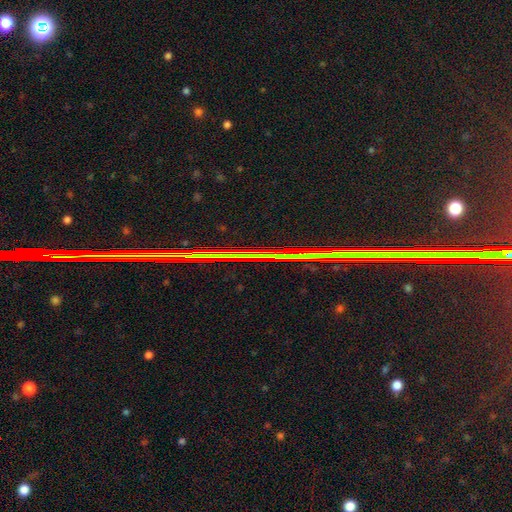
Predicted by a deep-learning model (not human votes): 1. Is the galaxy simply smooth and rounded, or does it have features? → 86% star or artifact, 8% featured or disk, 6% smooth.